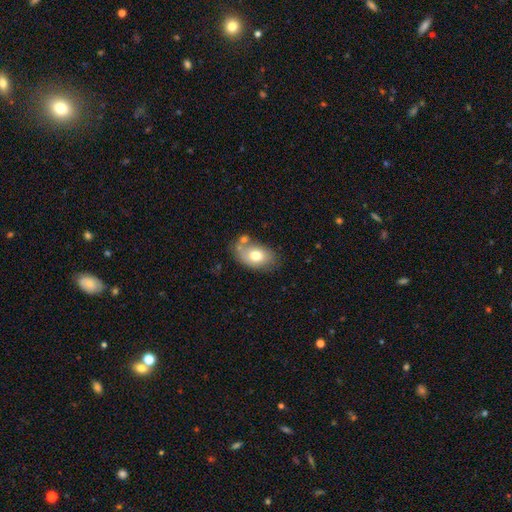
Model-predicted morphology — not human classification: type=smooth (70%); roundness=in between (87%); merging=none (56%).